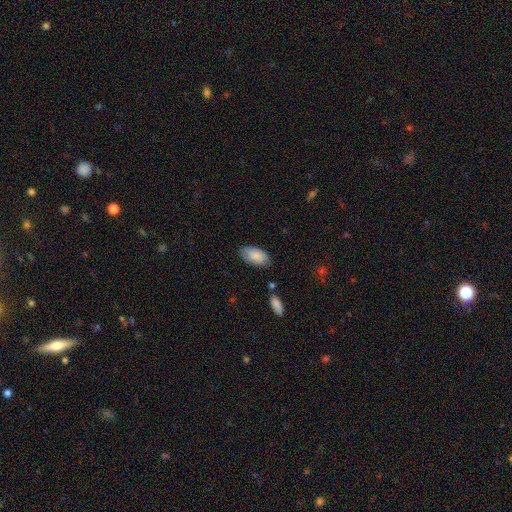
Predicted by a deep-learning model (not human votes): smooth 85%, featured or disk 9%, star or artifact 6%. Down the decision tree: how rounded — in between (94%); merging — none (78%).